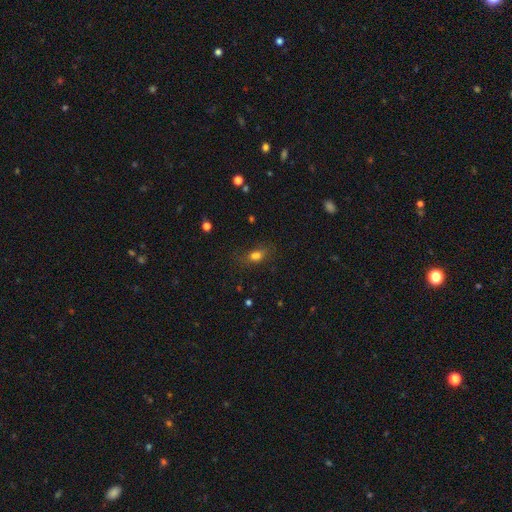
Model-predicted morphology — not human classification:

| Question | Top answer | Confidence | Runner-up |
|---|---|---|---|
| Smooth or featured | smooth | 73% | star or artifact (15%) |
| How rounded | in between | 74% | round (16%) |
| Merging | none | 62% | minor disturbance (21%) |